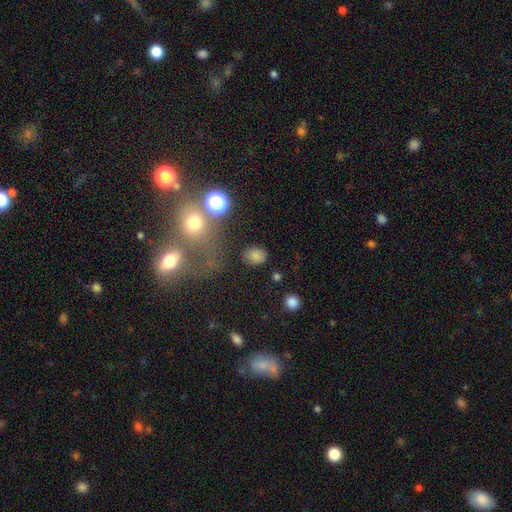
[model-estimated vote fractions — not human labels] smooth 80%, star or artifact 14%, featured or disk 7%. Down the decision tree: how rounded — in between (55%); merging — none (83%).